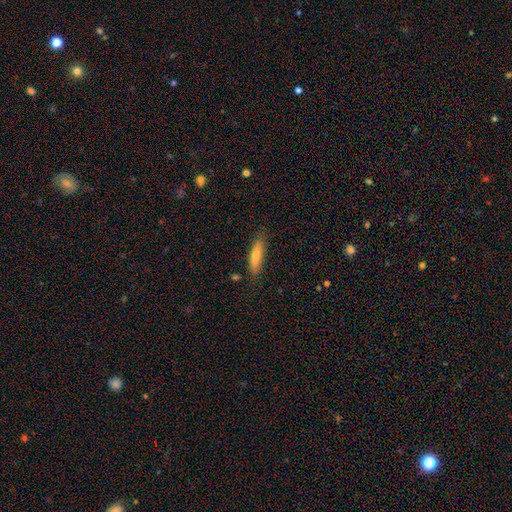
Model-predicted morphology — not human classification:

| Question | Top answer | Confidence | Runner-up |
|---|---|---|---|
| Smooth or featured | smooth | 67% | featured or disk (26%) |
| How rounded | cigar-shaped | 78% | in between (21%) |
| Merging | none | 83% | minor disturbance (13%) |